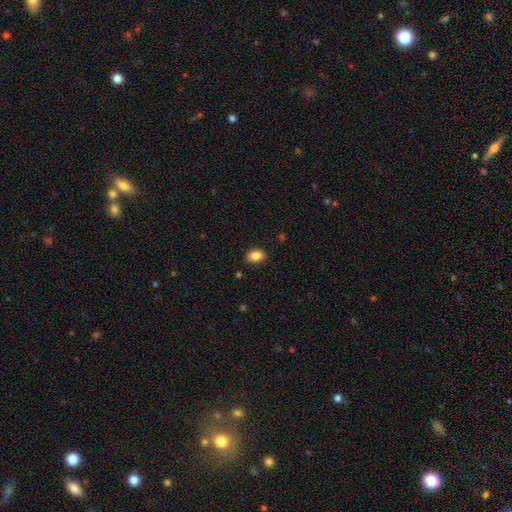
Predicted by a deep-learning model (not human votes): Smooth or featured?
  - smooth: 87% *
  - star or artifact: 8%
  - featured or disk: 4%
How rounded?
  - in between: 84% *
  - round: 15%
  - cigar-shaped: 1%
Merging?
  - none: 86% *
  - minor disturbance: 10%
  - major disturbance: 2%
  - merger: 1%